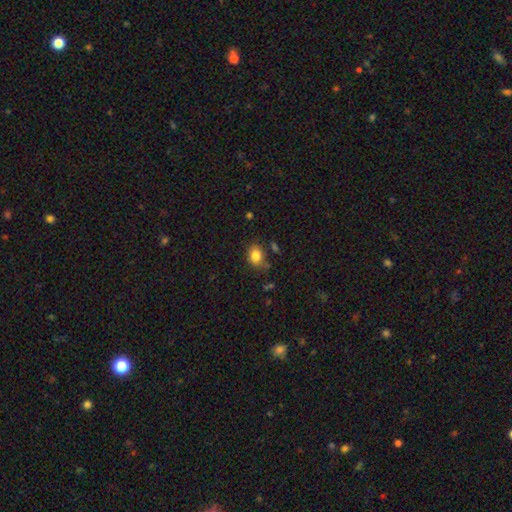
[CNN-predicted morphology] A smooth galaxy with no disk features (84%) that is in between round and cigar-shaped (59%). Merging: none (73%).